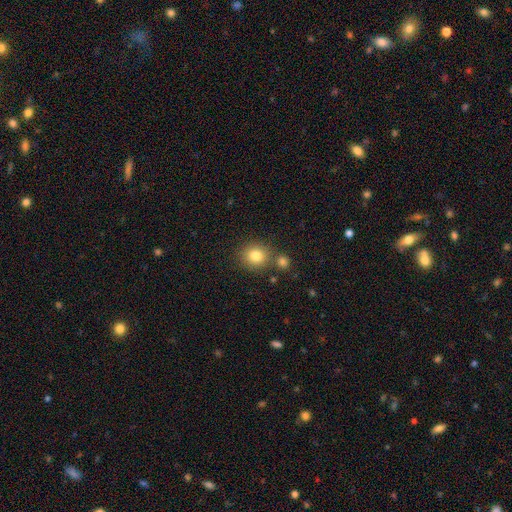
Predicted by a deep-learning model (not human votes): A smooth galaxy with no disk features (82%) that is round (83%). Merging: none (73%).